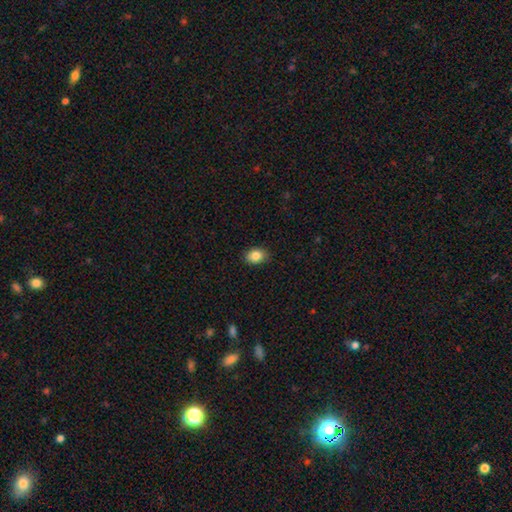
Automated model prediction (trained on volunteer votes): Morphology: type=smooth (85%); roundness=in between (66%); merging=none (89%).